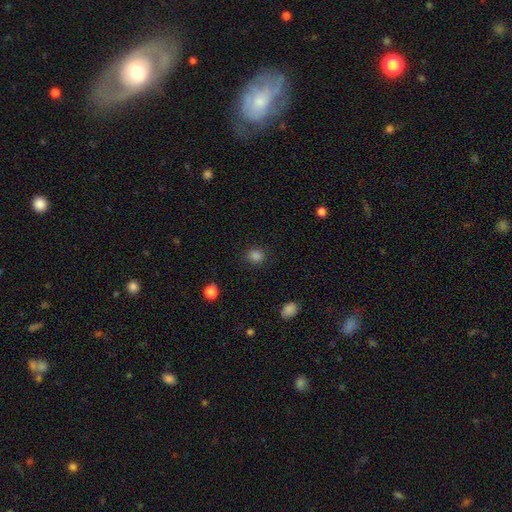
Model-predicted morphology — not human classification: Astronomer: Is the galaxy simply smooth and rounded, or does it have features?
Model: smooth — 84%.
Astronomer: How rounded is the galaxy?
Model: round — 67%.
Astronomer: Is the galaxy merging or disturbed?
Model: none — 86%.